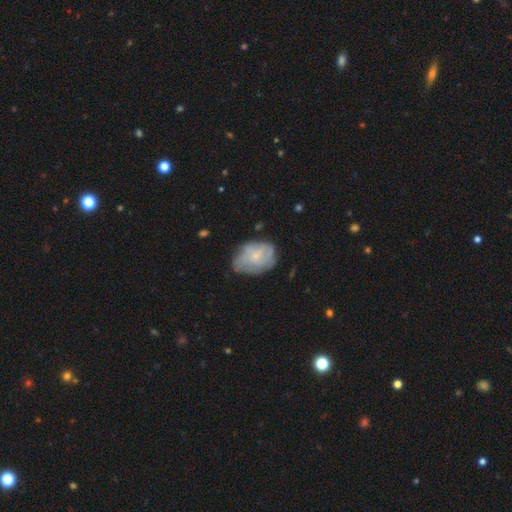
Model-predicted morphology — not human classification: type=featured or disk (46%, tied with smooth); merging=none (52%).